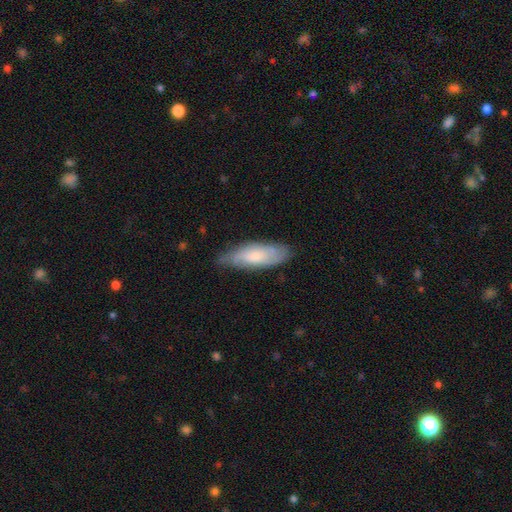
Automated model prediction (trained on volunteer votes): Q: Smooth or featured?
A: smooth (49%); runner-up: featured or disk (45%)
Q: Merging?
A: none (71%); runner-up: minor disturbance (23%)